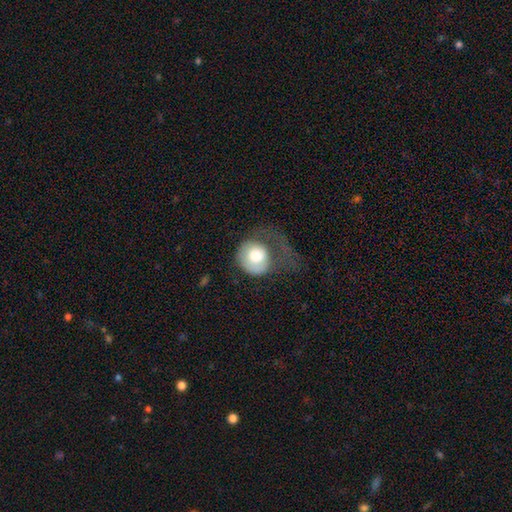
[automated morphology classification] This is likely a smooth galaxy (69%). How rounded: clearly round (83%). Merging: possibly major disturbance (52%).